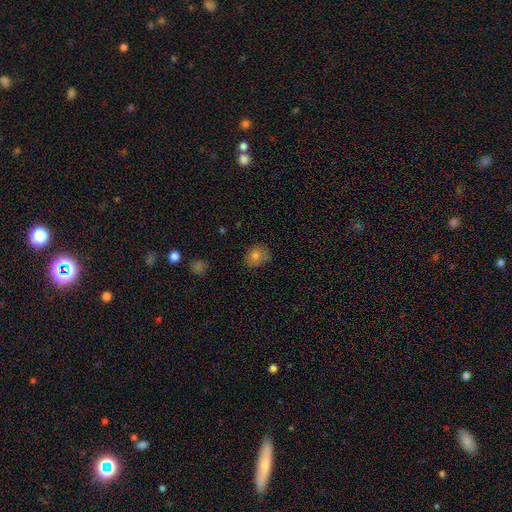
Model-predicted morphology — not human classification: This appears to be a smooth galaxy with no disk features (76%) that is round (62%). Merging: none (78%).